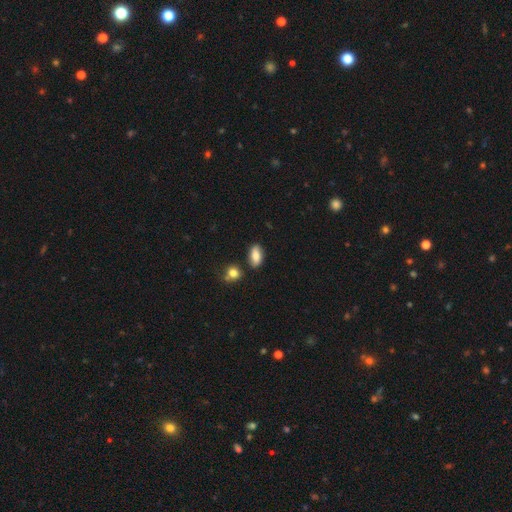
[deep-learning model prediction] Q: Smooth or featured?
A: smooth (81%); runner-up: featured or disk (11%)
Q: How rounded?
A: in between (88%); runner-up: cigar-shaped (6%)
Q: Merging?
A: none (81%); runner-up: minor disturbance (12%)